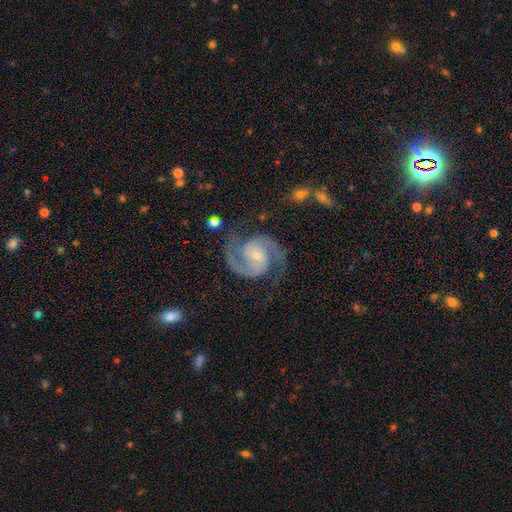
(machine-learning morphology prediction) This appears to be a featured or disk galaxy (93%) with no bar (60%), 2 (94%) medium (62%) spiral arms (99%) and a small central bulge (63%). Merging: none (80%).